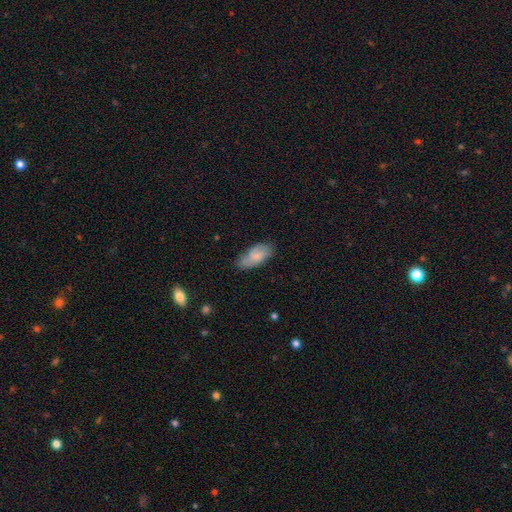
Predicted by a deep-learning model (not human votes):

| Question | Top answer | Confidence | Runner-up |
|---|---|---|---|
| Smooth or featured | smooth | 74% | featured or disk (19%) |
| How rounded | in between | 89% | cigar-shaped (9%) |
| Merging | none | 63% | minor disturbance (29%) |